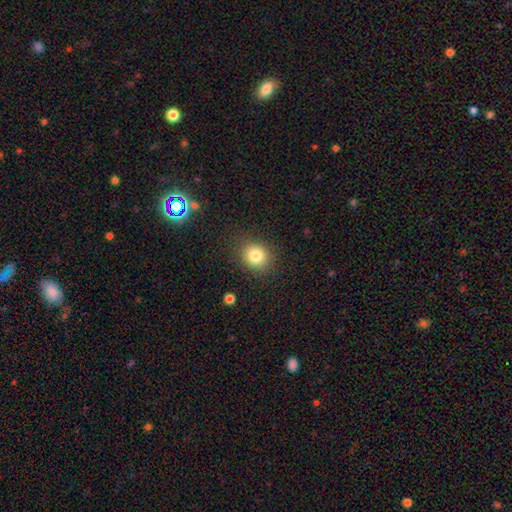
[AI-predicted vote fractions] This is clearly a smooth galaxy (82%). How rounded: likely round (76%). Merging: clearly none (86%).